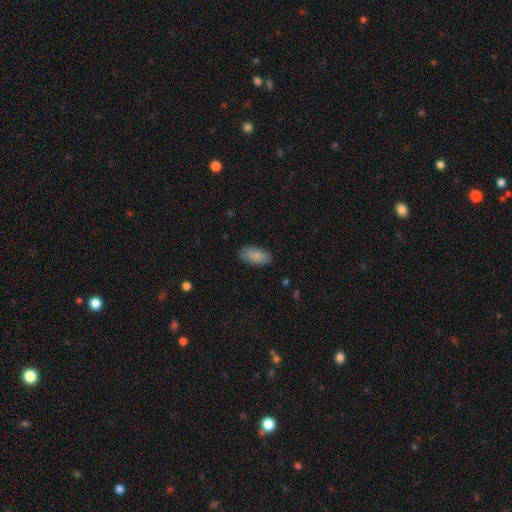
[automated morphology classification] Q: Smooth or featured?
A: smooth (86%); runner-up: featured or disk (7%)
Q: How rounded?
A: in between (93%); runner-up: cigar-shaped (5%)
Q: Merging?
A: none (84%); runner-up: minor disturbance (12%)